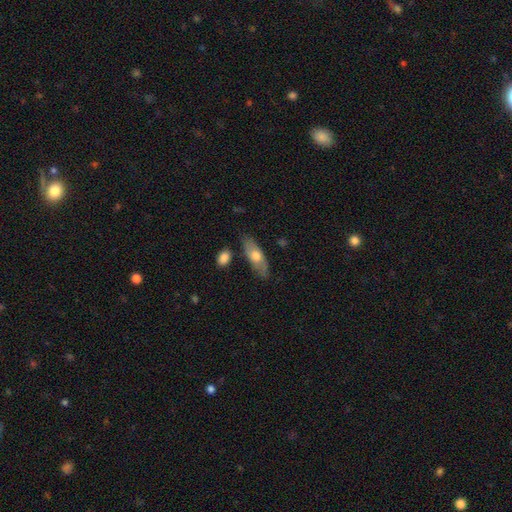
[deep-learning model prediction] A smooth galaxy with no disk features (62%) that is in between round and cigar-shaped (66%). Merging: none (78%).